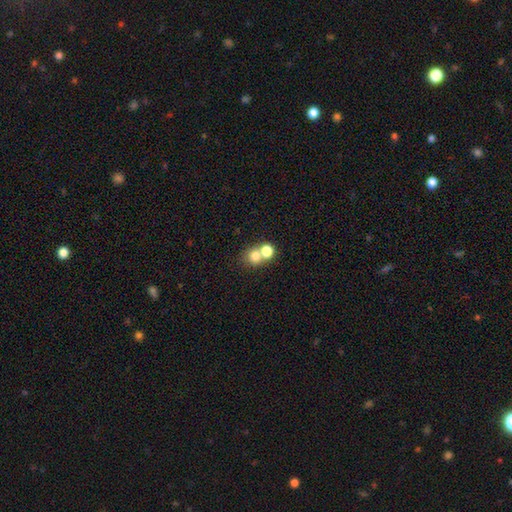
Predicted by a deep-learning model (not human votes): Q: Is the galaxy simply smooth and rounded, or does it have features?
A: smooth — 75%.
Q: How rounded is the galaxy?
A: round — 77%.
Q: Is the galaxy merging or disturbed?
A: merger — 54%.